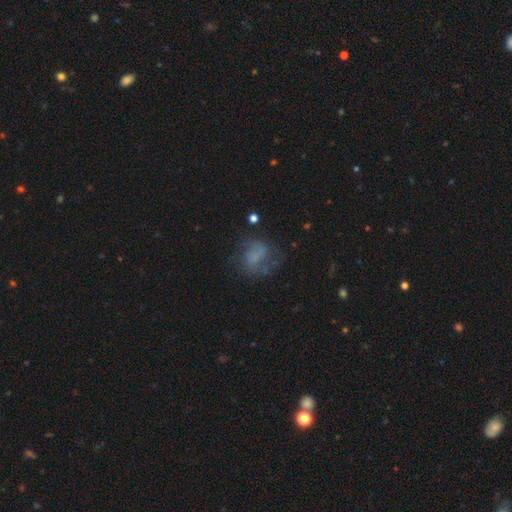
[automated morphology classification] smooth-or-featured: smooth: 43% | featured or disk: 42% | star or artifact: 15%
  merging: none: 51% | major disturbance: 24% | minor disturbance: 23% | merger: 3%